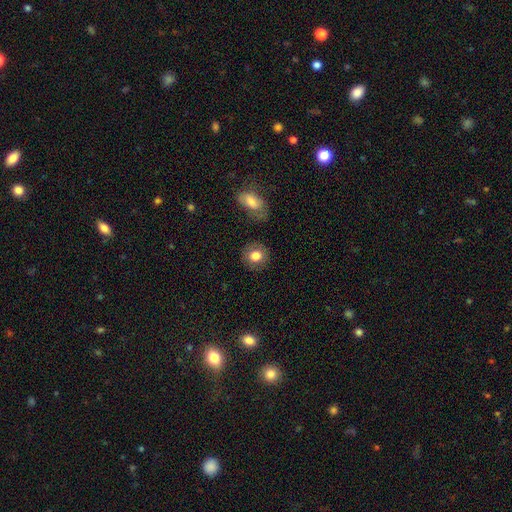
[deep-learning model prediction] Smooth or featured: smooth — 81% (featured or disk — 11%)
How rounded: round — 85% (in between — 14%)
Merging: none — 84% (minor disturbance — 10%)